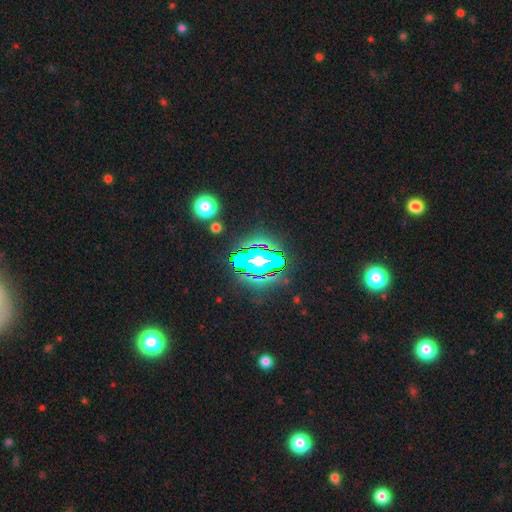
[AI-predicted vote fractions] star or artifact 71%, featured or disk 15%, smooth 14%.